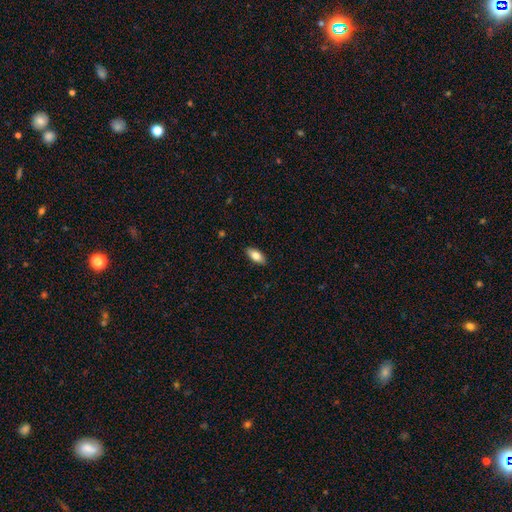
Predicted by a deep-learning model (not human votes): Smooth or featured? Predicted: smooth (p=0.80). How rounded? Predicted: in between (p=0.86). Merging? Predicted: none (p=0.89).